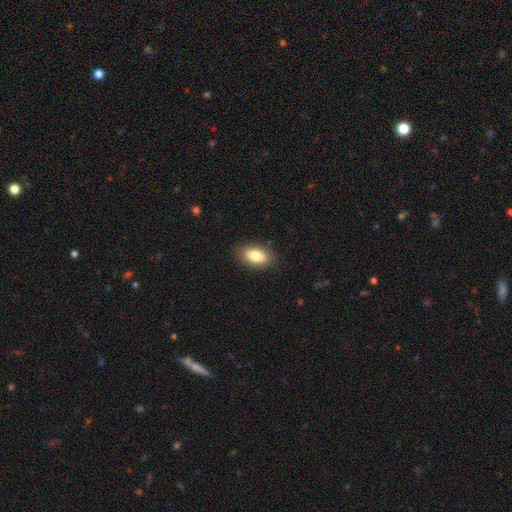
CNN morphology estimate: Smooth or featured? Predicted: smooth (p=0.83). How rounded? Predicted: in between (p=0.91). Merging? Predicted: none (p=0.86).